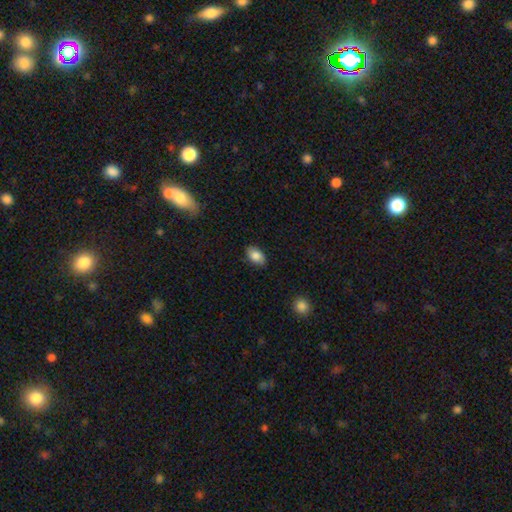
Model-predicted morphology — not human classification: smooth-or-featured: smooth: 86% | star or artifact: 7% | featured or disk: 6%
  how-rounded: in between: 89% | round: 9% | cigar-shaped: 1%
  merging: none: 87% | minor disturbance: 10% | major disturbance: 2% | merger: 1%